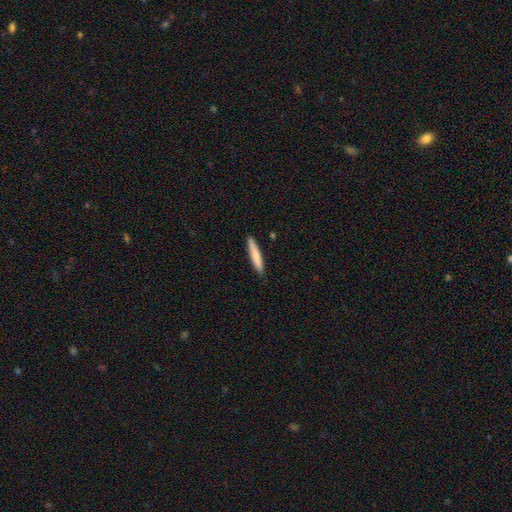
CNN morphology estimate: A smooth galaxy with no disk features (78%) that is cigar-shaped (92%). Merging: none (89%).